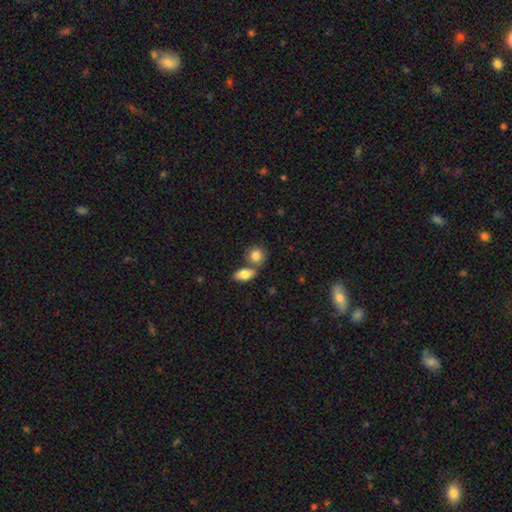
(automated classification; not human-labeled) Morphology: type=smooth (83%); roundness=round (61%); merging=none (52%).